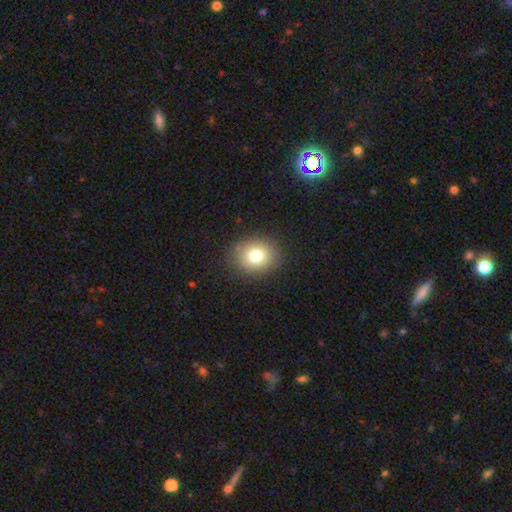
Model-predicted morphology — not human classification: A smooth galaxy with no disk features (79%) that is round (66%).

Vote fractions:
- Smooth or featured? smooth: 79% / star or artifact: 11% / featured or disk: 10%
- How rounded? round: 66% / in between: 33% / cigar-shaped: 1%
- Merging? none: 88% / minor disturbance: 8% / major disturbance: 3% / merger: 1%